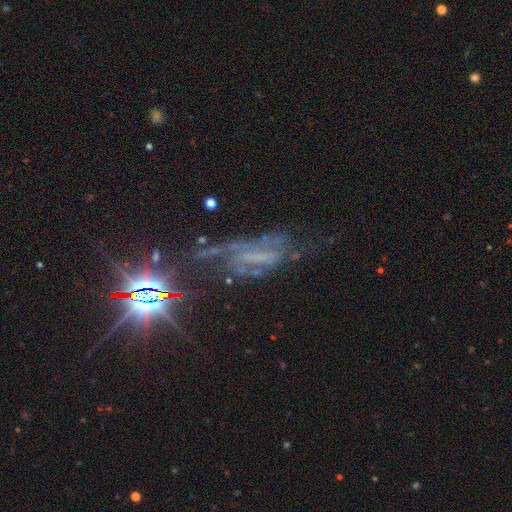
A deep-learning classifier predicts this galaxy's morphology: A featured or disk galaxy (54%). Merging: none (40%).